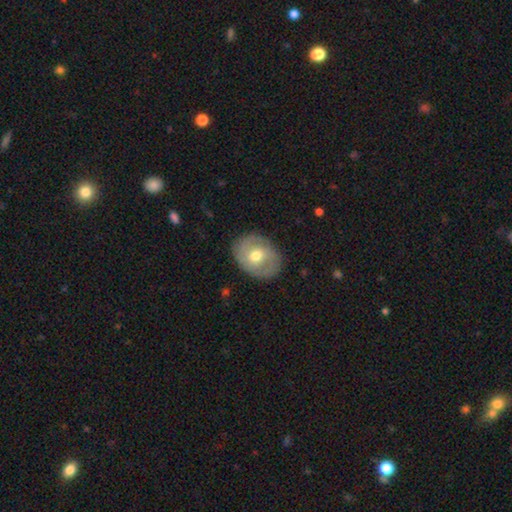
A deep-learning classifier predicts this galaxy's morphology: Smooth or featured? featured or disk (47%)
Merging? none (81%)